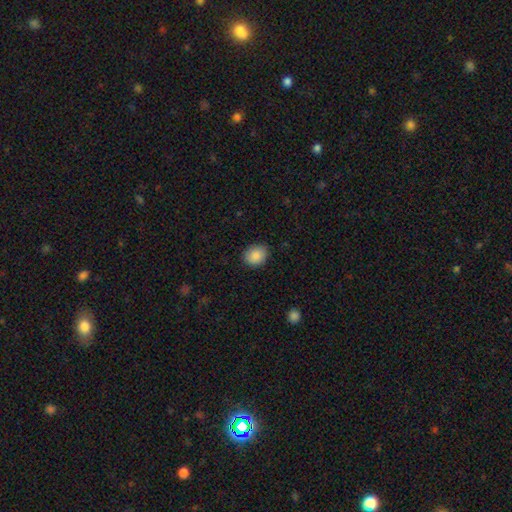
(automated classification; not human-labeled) Overall: smooth (87%). How rounded: round (60%; in between 39%). Merging: none (84%).